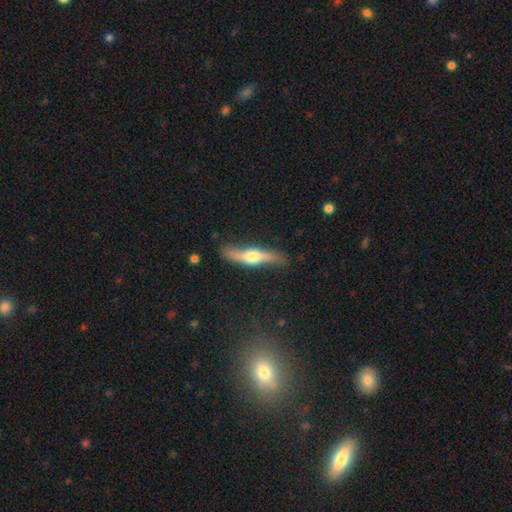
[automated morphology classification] Smooth or featured? Predicted: featured or disk (p=0.62). Edge-on disk? Predicted: yes (p=0.82). Edge-on bulge? Predicted: rounded (p=0.90). Merging? Predicted: none (p=0.76).